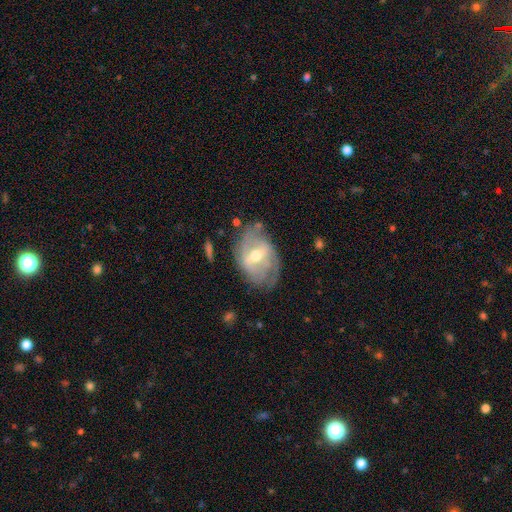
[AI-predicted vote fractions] This is likely a featured or disk galaxy (77%). It is clearly not viewed edge-on (95%). Bar: possibly weak (50%). Spiral arm pattern: likely yes (79%). Spiral arm count: possibly 2 (49%). Spiral winding: marginally tight (39%, tied with medium). Central bulge: likely moderate (67%). Merging: likely none (63%).